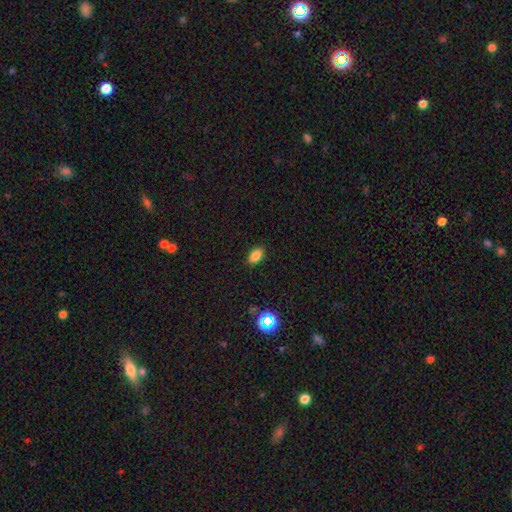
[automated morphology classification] Smooth or featured? Predicted: smooth (p=0.83). How rounded? Predicted: in between (p=0.87). Merging? Predicted: none (p=0.88).